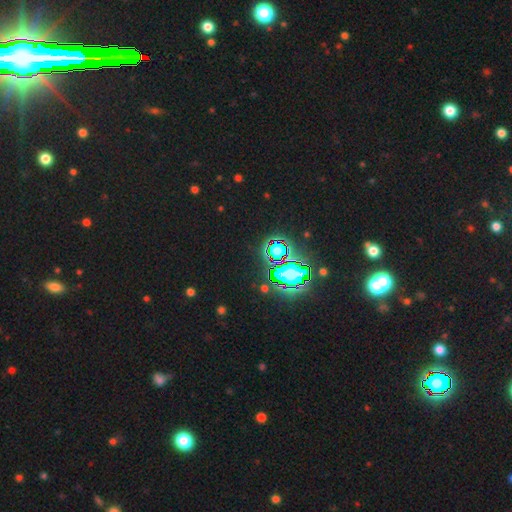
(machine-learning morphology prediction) A star or artifact, not a galaxy (84%).

Vote fractions:
- Smooth or featured? star or artifact: 84% / smooth: 10% / featured or disk: 7%